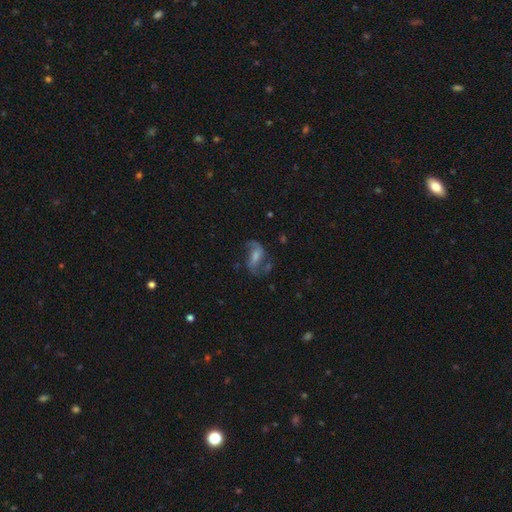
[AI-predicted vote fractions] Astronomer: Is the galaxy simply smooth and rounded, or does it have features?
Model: featured or disk — 74%.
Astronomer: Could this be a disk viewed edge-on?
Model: no — 95%.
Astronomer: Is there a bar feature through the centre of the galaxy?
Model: weak — 44% (runner-up: no, 28%).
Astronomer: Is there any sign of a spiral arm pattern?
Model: yes — 91%.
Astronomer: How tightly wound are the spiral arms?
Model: loose — 48% (runner-up: medium, 41%).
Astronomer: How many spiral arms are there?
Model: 2 — 87%.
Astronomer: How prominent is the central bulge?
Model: moderate — 37% (runner-up: small, 36%).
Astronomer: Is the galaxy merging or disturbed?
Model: none — 63%.